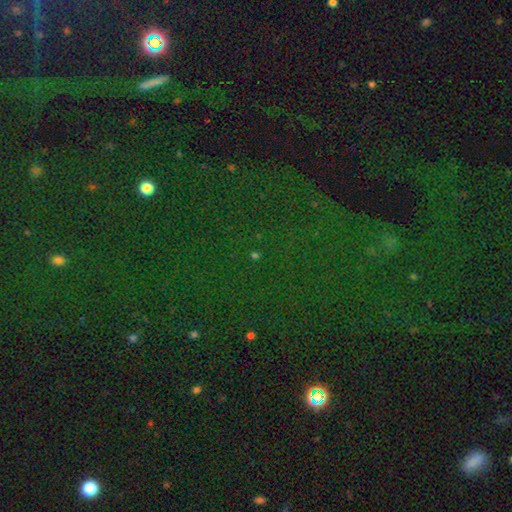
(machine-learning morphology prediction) This appears to be a star or artifact, not a galaxy (81%).